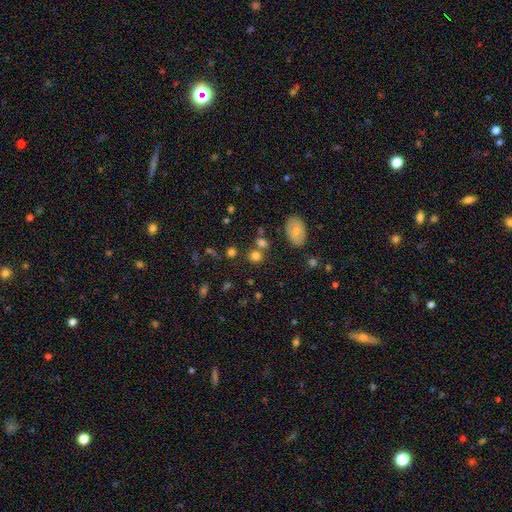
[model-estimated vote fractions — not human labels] The model was most divided on "merging": none: 69%, merger: 18%, minor disturbance: 9%, major disturbance: 4%. More confident: how rounded — round (81%); smooth or featured — smooth (77%).